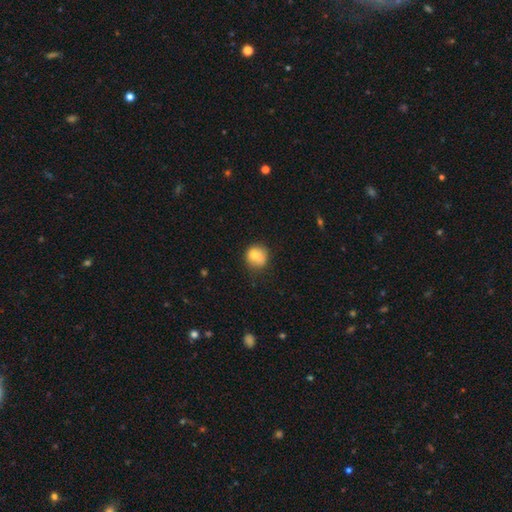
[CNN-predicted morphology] type=smooth (70%); roundness=round (83%); merging=none (47%).